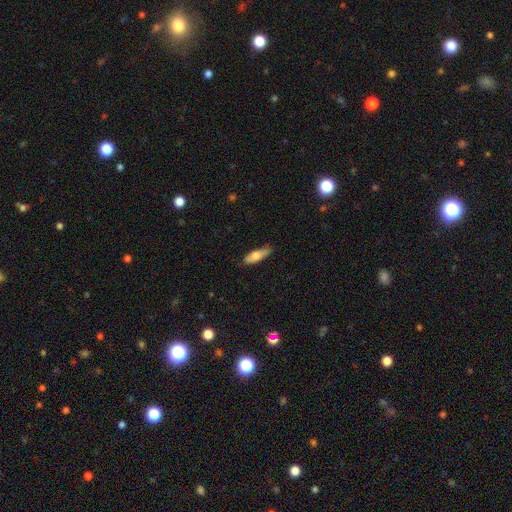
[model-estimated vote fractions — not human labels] A smooth galaxy with no disk features (67%) that is in between round and cigar-shaped (51%).

Vote fractions:
- Smooth or featured? smooth: 67% / featured or disk: 27% / star or artifact: 6%
- How rounded? in between: 51% / cigar-shaped: 47% / round: 2%
- Merging? none: 79% / minor disturbance: 17% / major disturbance: 3% / merger: 1%